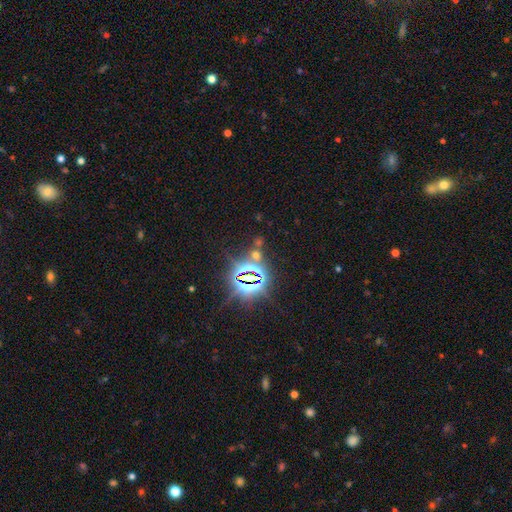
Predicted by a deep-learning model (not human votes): Smooth or featured? star or artifact (70%)